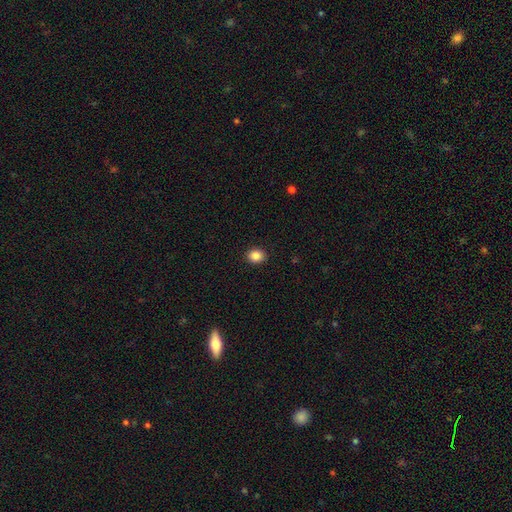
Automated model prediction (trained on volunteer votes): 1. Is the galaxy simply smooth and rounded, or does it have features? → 87% smooth, 9% star or artifact, 4% featured or disk.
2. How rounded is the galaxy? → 58% round, 41% in between, 1% cigar-shaped.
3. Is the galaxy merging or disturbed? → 91% none, 6% minor disturbance, 2% major disturbance, 1% merger.